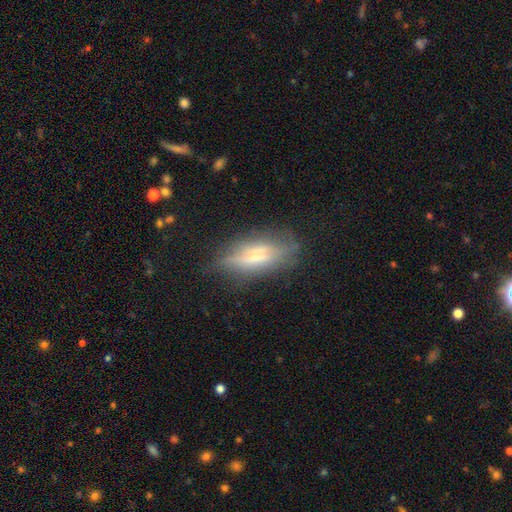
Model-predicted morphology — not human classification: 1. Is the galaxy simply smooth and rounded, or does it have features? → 54% featured or disk, 38% smooth, 9% star or artifact.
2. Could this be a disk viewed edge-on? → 80% yes, 20% no.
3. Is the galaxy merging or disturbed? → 68% none, 22% minor disturbance, 8% major disturbance, 2% merger.